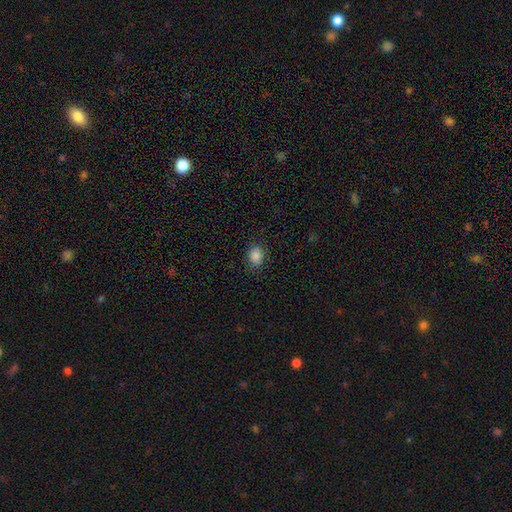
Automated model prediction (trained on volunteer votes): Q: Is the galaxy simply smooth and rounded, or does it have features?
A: smooth — 86%.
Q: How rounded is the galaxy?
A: in between — 56%.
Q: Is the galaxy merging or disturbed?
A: none — 85%.